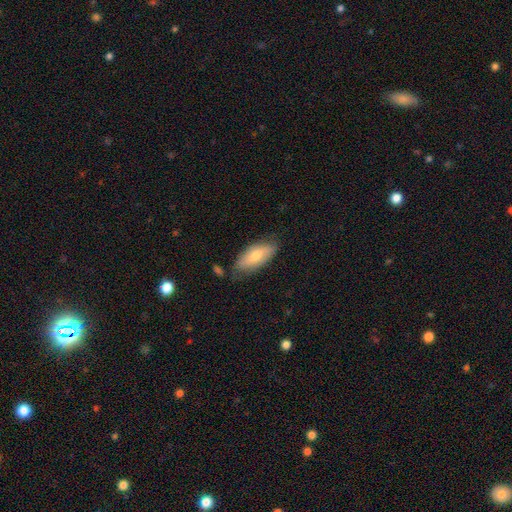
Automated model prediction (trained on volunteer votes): A smooth galaxy with no disk features (67%) that is in between round and cigar-shaped (83%). Merging: none (71%).